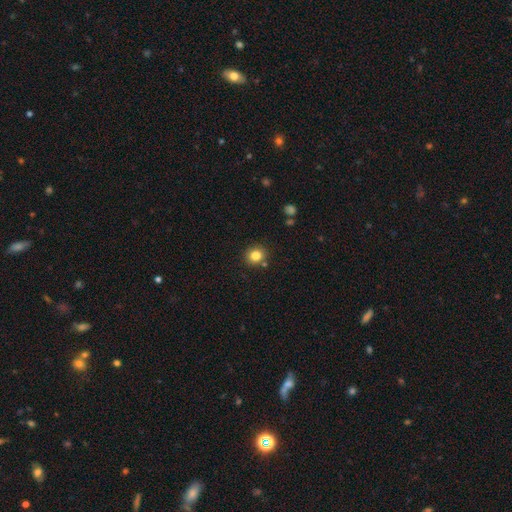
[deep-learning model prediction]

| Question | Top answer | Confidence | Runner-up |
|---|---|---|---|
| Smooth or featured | smooth | 82% | star or artifact (12%) |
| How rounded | round | 84% | in between (15%) |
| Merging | none | 84% | minor disturbance (8%) |